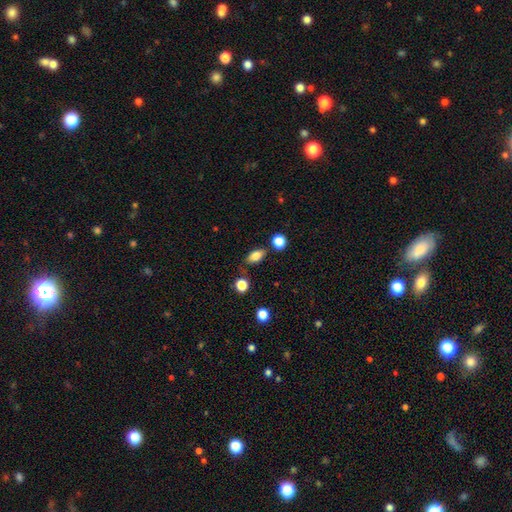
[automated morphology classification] A smooth galaxy with no disk features (81%) that is in between round and cigar-shaped (85%).

Vote fractions:
- Smooth or featured? smooth: 81% / featured or disk: 10% / star or artifact: 9%
- How rounded? in between: 85% / round: 9% / cigar-shaped: 6%
- Merging? none: 76% / minor disturbance: 16% / merger: 5% / major disturbance: 4%